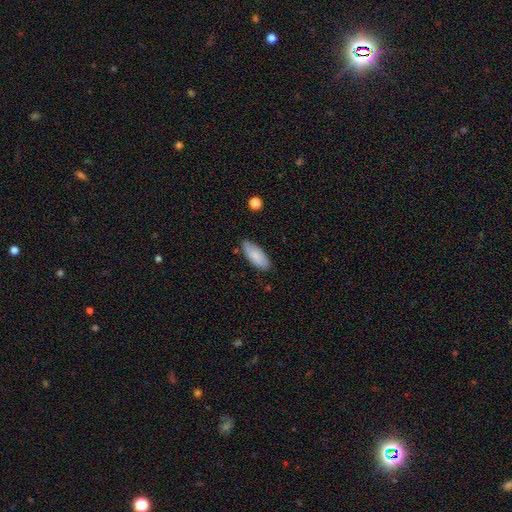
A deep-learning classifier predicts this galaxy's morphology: type=smooth (84%); roundness=in between (80%); merging=none (82%).